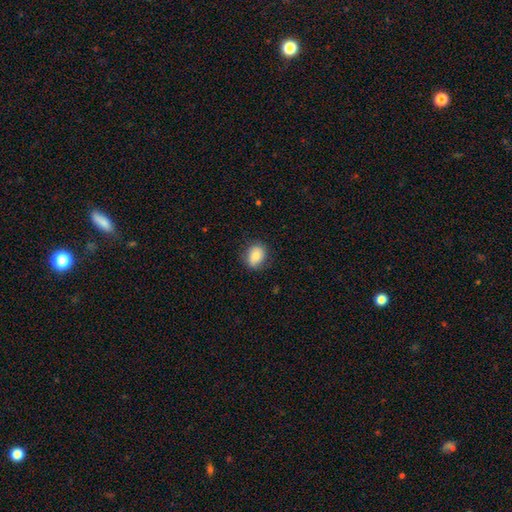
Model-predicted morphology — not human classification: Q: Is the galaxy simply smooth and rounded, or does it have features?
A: smooth — 78%.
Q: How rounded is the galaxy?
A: round — 50%.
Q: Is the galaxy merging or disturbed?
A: none — 81%.